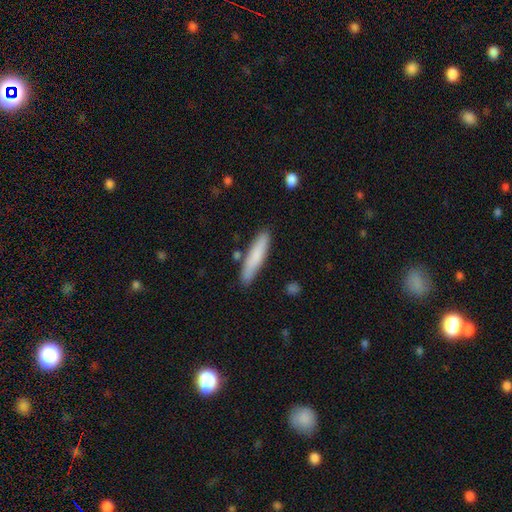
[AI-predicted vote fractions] Smooth or featured: smooth — 79% (featured or disk — 16%)
How rounded: cigar-shaped — 86% (in between — 13%)
Merging: none — 84% (minor disturbance — 11%)